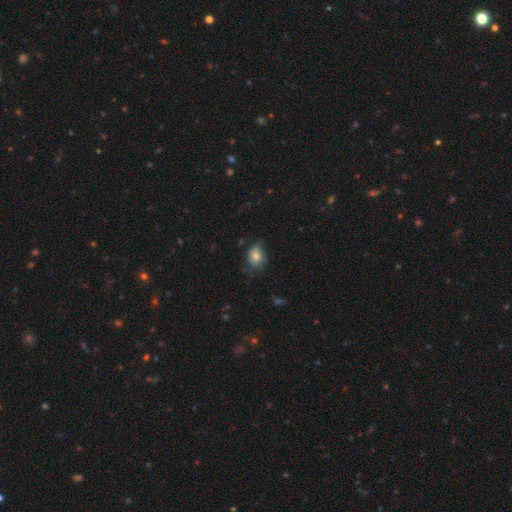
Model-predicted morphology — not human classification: Q: Smooth or featured?
A: smooth (78%); runner-up: featured or disk (13%)
Q: How rounded?
A: in between (72%); runner-up: round (27%)
Q: Merging?
A: none (56%); runner-up: minor disturbance (31%)